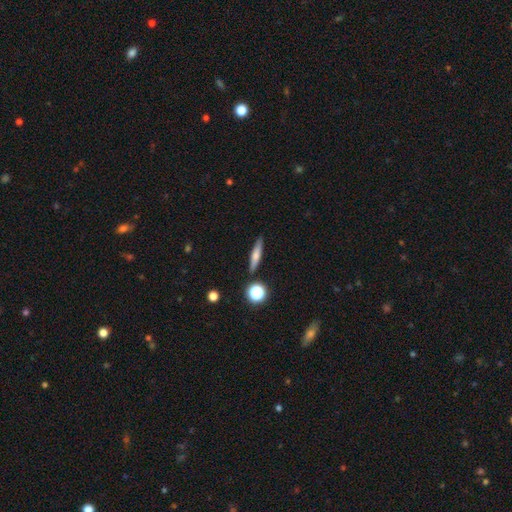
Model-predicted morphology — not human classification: type=smooth (63%); roundness=cigar-shaped (82%); merging=none (87%).